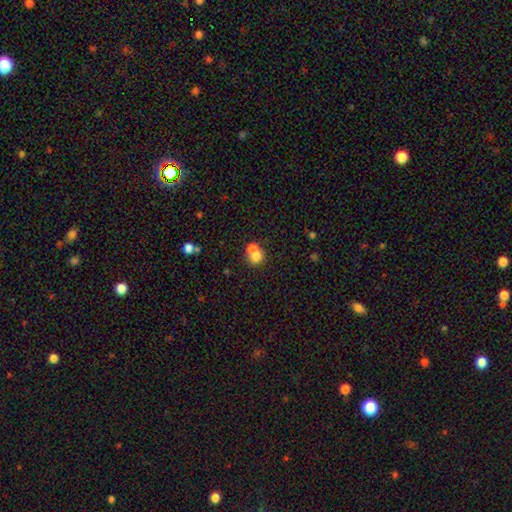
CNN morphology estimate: Smooth or featured?
  - smooth: 72% *
  - featured or disk: 17%
  - star or artifact: 11%
How rounded?
  - round: 75% *
  - in between: 24%
  - cigar-shaped: 1%
Merging?
  - merger: 61% *
  - none: 31%
  - minor disturbance: 6%
  - major disturbance: 3%